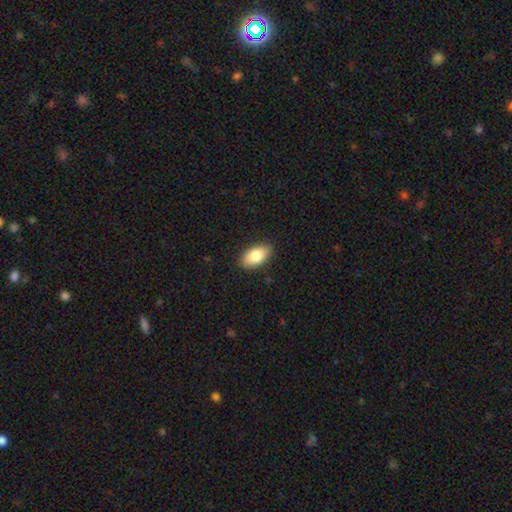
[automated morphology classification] smooth_or_featured: smooth (p=0.81) [alt: featured or disk p=0.12]
how_rounded: in between (p=0.93) [alt: round p=0.04]
merging: none (p=0.88) [alt: minor disturbance p=0.09]